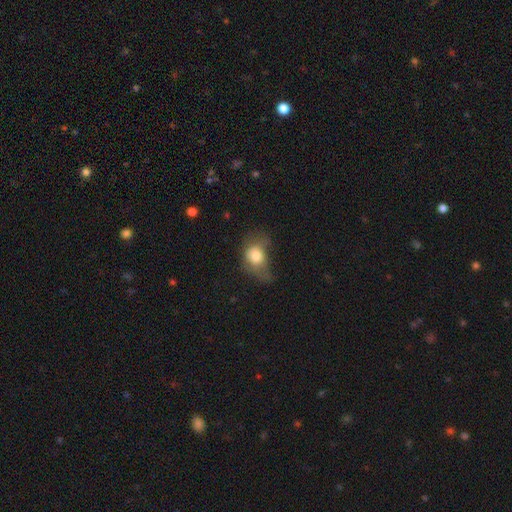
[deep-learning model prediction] smooth_or_featured: smooth (p=0.73) [alt: featured or disk p=0.19]
how_rounded: in between (p=0.62) [alt: round p=0.36]
merging: major disturbance (p=0.41) [alt: minor disturbance p=0.30]